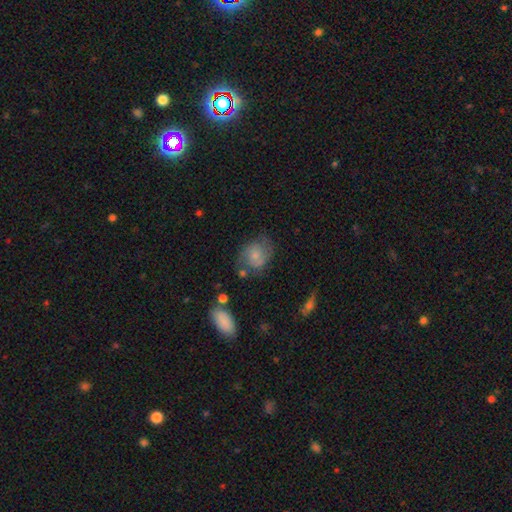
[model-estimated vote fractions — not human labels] Morphology: type=smooth (57%); roundness=round (61%); merging=none (52%).